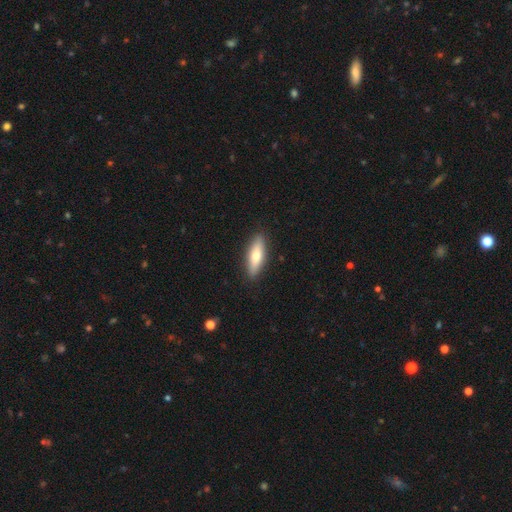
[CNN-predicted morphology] type=smooth (67%); roundness=cigar-shaped (51%); merging=none (89%).